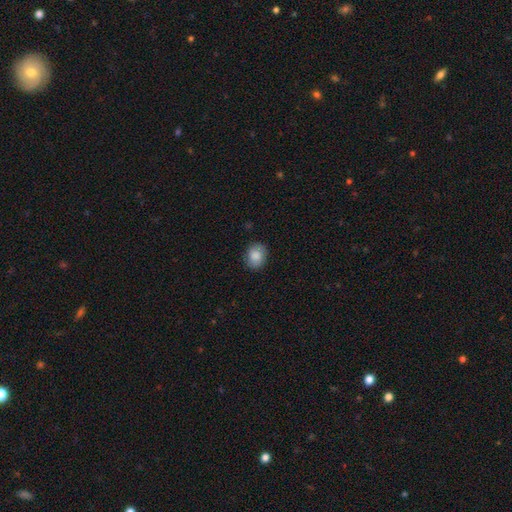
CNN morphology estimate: A smooth galaxy with no disk features (84%) that is round (56%). Merging: none (85%).